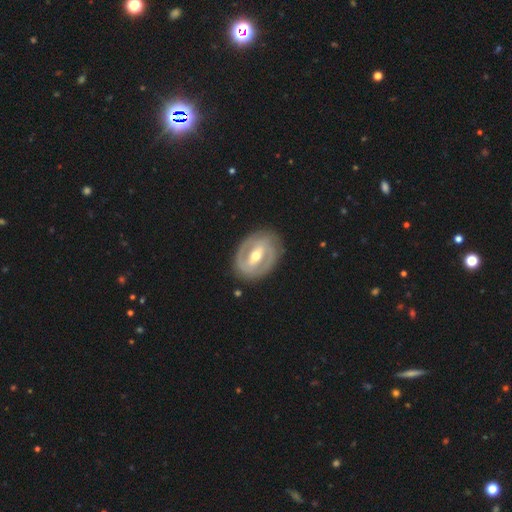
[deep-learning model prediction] A featured or disk galaxy (82%) with a strong bar (53%), 2 (76%) tight (59%) spiral arms (74%) and a moderate central bulge (70%).

Vote fractions:
- Smooth or featured? featured or disk: 82% / smooth: 14% / star or artifact: 4%
- Edge-on disk? no: 95% / yes: 5%
- Bar? strong: 53% / weak: 33% / no: 14%
- Spiral arms? yes: 74% / no: 26%
- Spiral winding? tight: 59% / medium: 31% / loose: 10%
- Spiral arm count? 2: 76% / can't tell: 13% / 1: 4% / 3: 4% / 4: 1% / more than 4: 1%
- Bulge size? moderate: 70% / small: 24% / large: 4% / dominant: 1% / none: 1%
- Merging? none: 82% / minor disturbance: 12% / major disturbance: 4% / merger: 1%